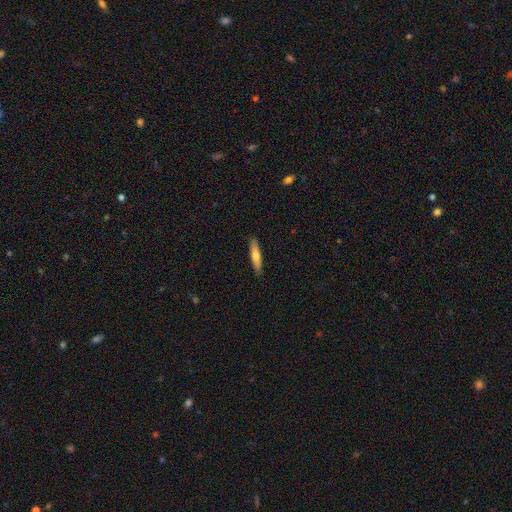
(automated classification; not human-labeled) A smooth galaxy with no disk features (62%) that is cigar-shaped (82%). Merging: none (90%).